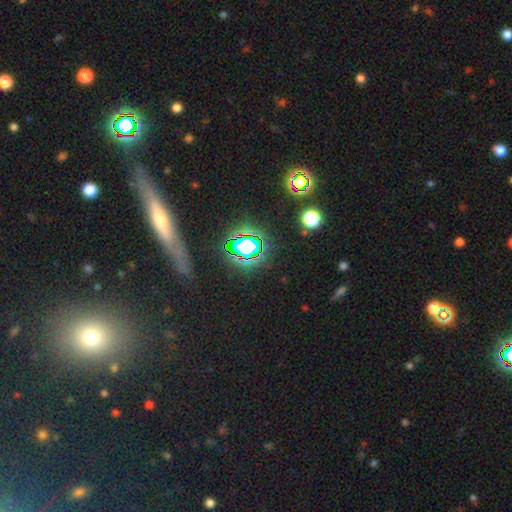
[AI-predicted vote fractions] Morphology: type=star or artifact (52%).